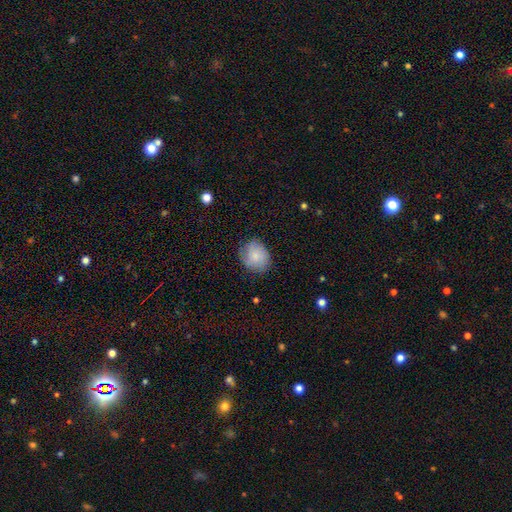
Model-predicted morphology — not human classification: Overall: smooth (74%). How rounded: round (63%; in between 36%). Merging: none (75%).